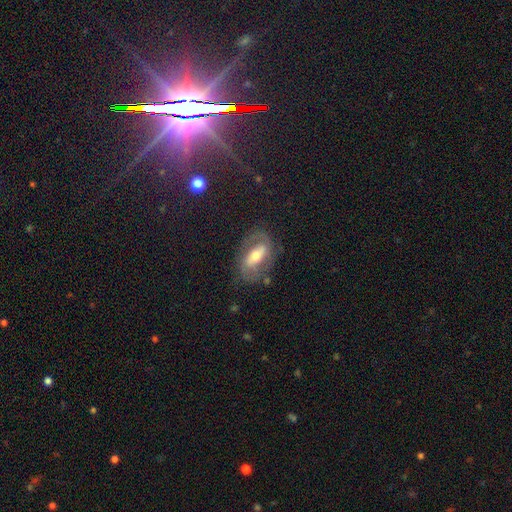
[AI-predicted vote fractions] The model was most divided on "bar": strong: 46%, weak: 31%, no: 22%. More confident: edge-on disk — no (90%); spiral arms — yes (71%); merging — none (68%); smooth or featured — featured or disk (65%); bulge size — moderate (62%).